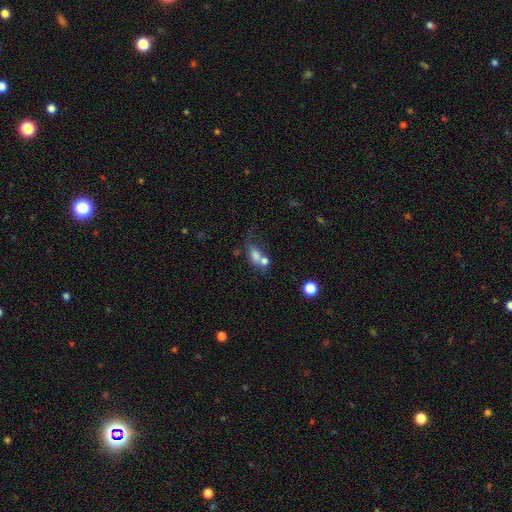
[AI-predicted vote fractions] Morphology: type=smooth (69%); roundness=in between (66%); merging=merger (56%).